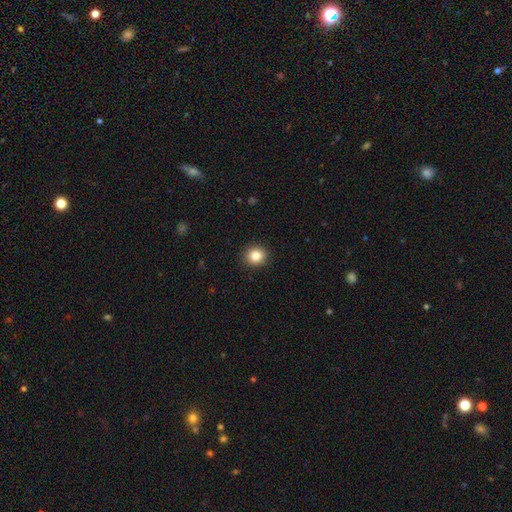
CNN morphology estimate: This is clearly a smooth galaxy (85%). How rounded: clearly round (84%). Merging: clearly none (91%).